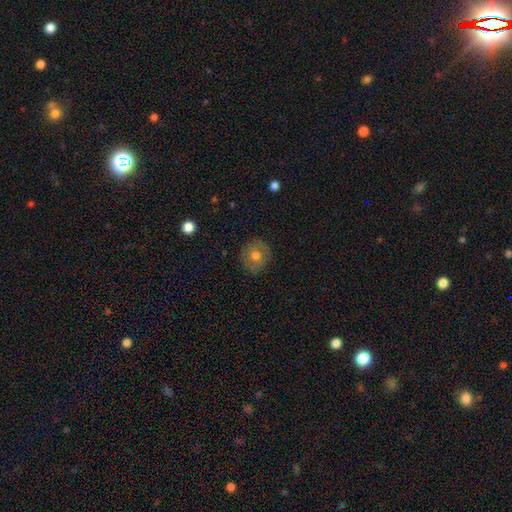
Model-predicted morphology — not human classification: This appears to be a smooth galaxy with no disk features (67%) that is round (84%). Merging: none (86%).